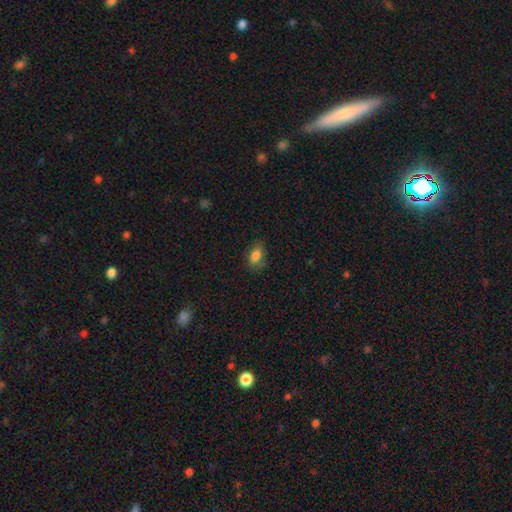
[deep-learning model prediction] The model was most divided on "merging": none: 72%, minor disturbance: 21%, major disturbance: 6%, merger: 1%. More confident: smooth or featured — smooth (82%); how rounded — in between (82%).